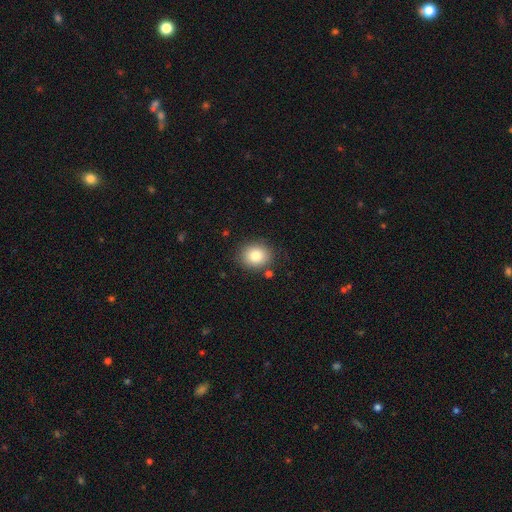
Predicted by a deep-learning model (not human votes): smooth_or_featured: smooth (p=0.81) [alt: star or artifact p=0.10]
how_rounded: round (p=0.70) [alt: in between p=0.29]
merging: none (p=0.85) [alt: minor disturbance p=0.10]